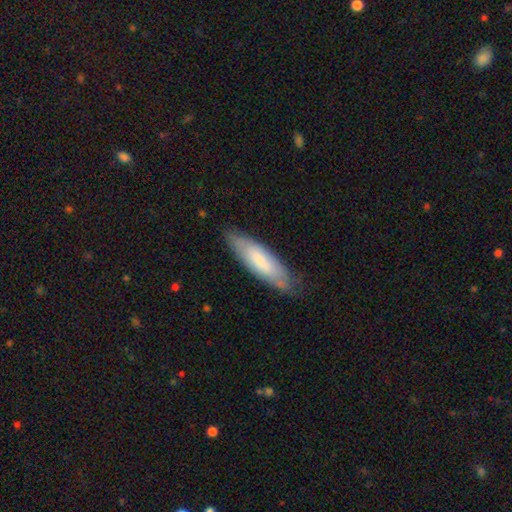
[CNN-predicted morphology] Overall: smooth (62%; featured or disk 32%). How rounded: cigar-shaped (62%; in between 36%). Merging: none (80%).